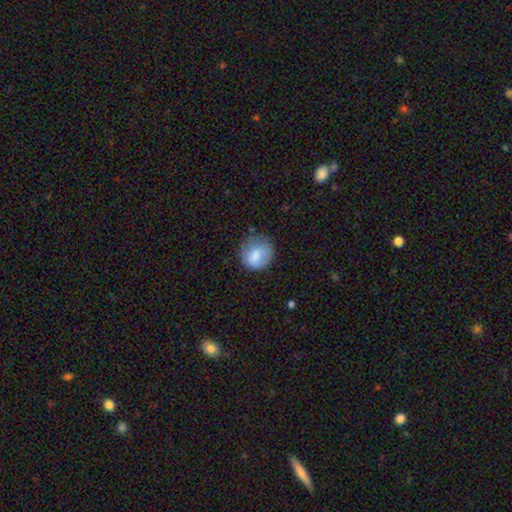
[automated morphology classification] smooth 77%, featured or disk 16%, star or artifact 8%. Down the decision tree: how rounded — round (85%); merging — none (64%).